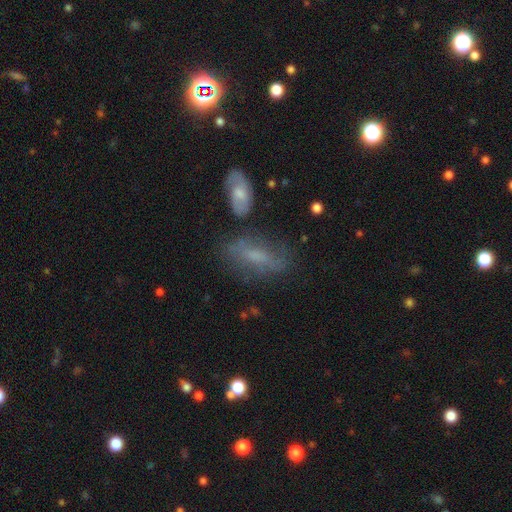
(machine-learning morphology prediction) type=smooth (45%); merging=none (59%).